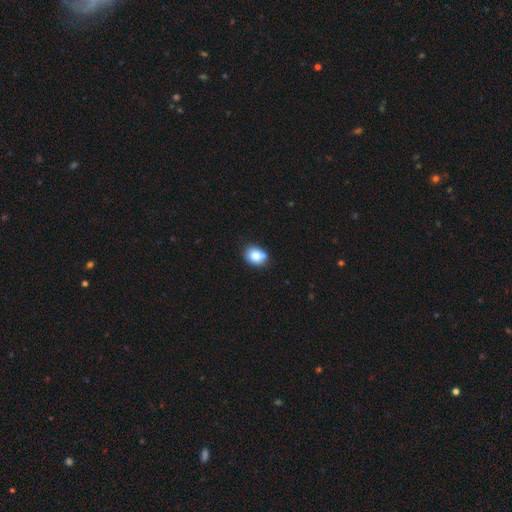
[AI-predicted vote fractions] smooth 81%, star or artifact 10%, featured or disk 9%. Down the decision tree: how rounded — in between (56%); merging — none (71%).